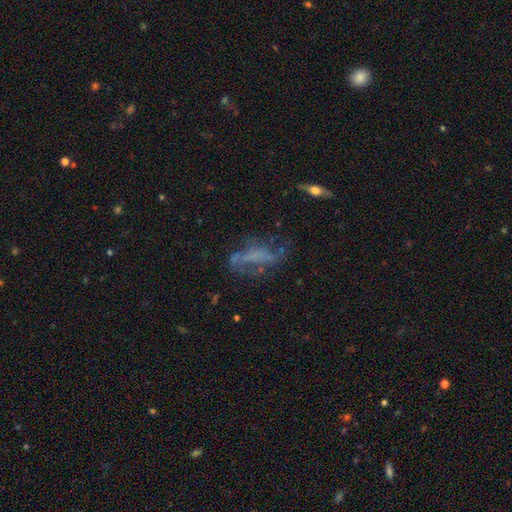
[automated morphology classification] smooth_or_featured: featured or disk (p=0.54) [alt: smooth p=0.29]
disk_edge_on: no (p=0.86) [alt: yes p=0.14]
merging: none (p=0.41) [alt: major disturbance p=0.31]